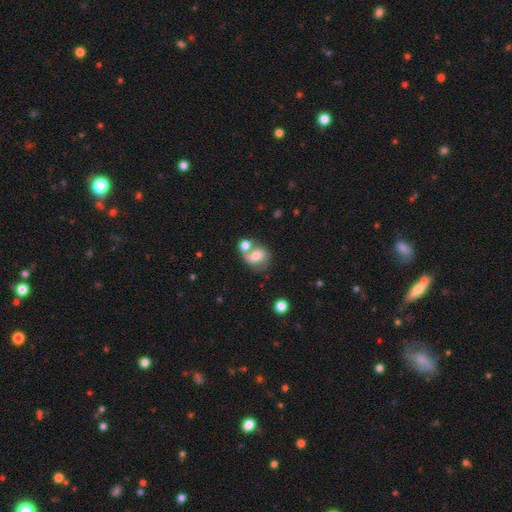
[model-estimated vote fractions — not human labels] Smooth or featured? smooth (57%)
How rounded? round (49%, tied with in between)
Merging? merger (47%)